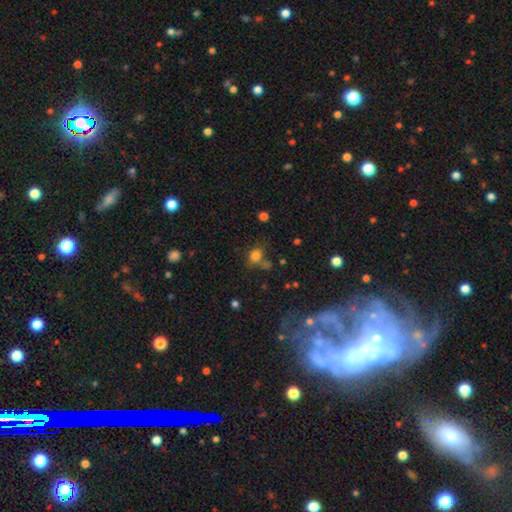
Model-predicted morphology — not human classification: Smooth or featured: smooth — 75% (star or artifact — 16%)
How rounded: round — 61% (in between — 37%)
Merging: none — 57% (minor disturbance — 18%)